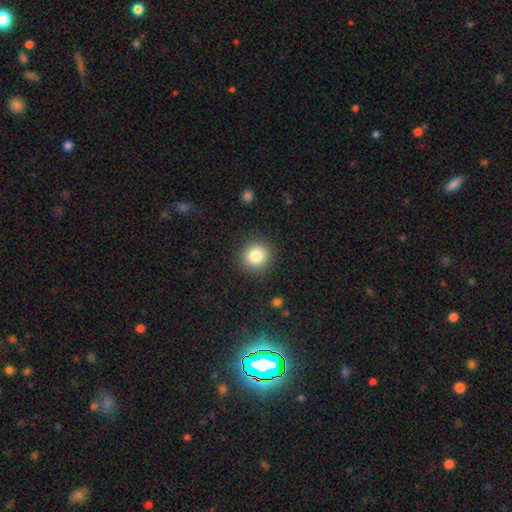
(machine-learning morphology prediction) Smooth or featured? Predicted: smooth (p=0.83). How rounded? Predicted: round (p=0.90). Merging? Predicted: none (p=0.89).